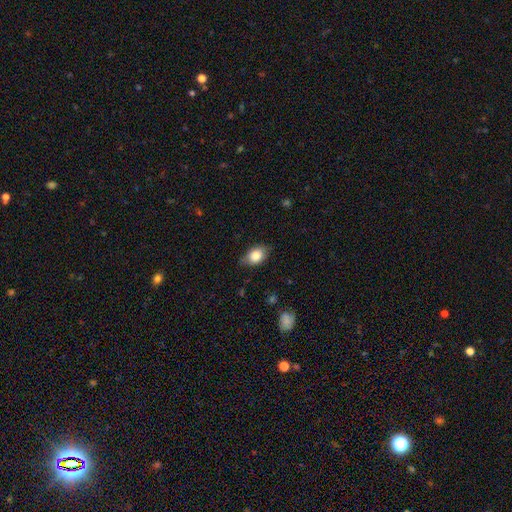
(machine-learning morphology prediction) smooth 82%, featured or disk 11%, star or artifact 8%. Down the decision tree: how rounded — in between (79%); merging — none (74%).